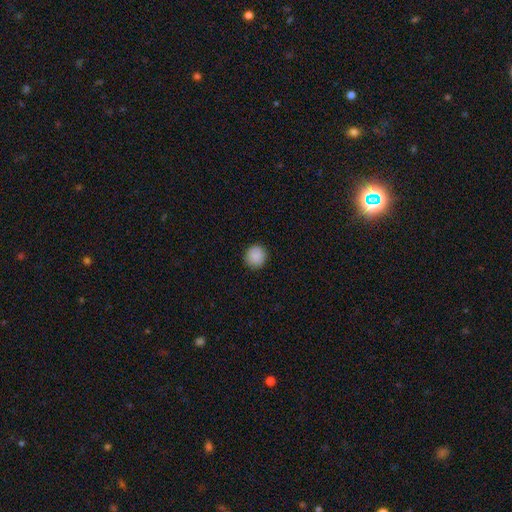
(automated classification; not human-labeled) This appears to be a smooth galaxy with no disk features (89%) that is round (92%). Merging: none (92%).